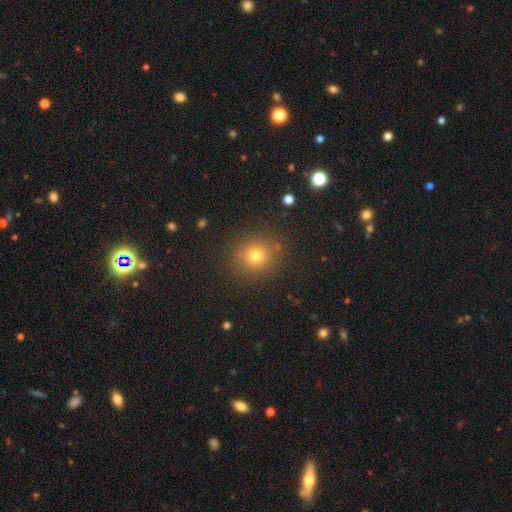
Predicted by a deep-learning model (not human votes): smooth_or_featured: smooth (p=0.73) [alt: star or artifact p=0.18]
how_rounded: round (p=0.88) [alt: in between p=0.11]
merging: none (p=0.87) [alt: minor disturbance p=0.08]